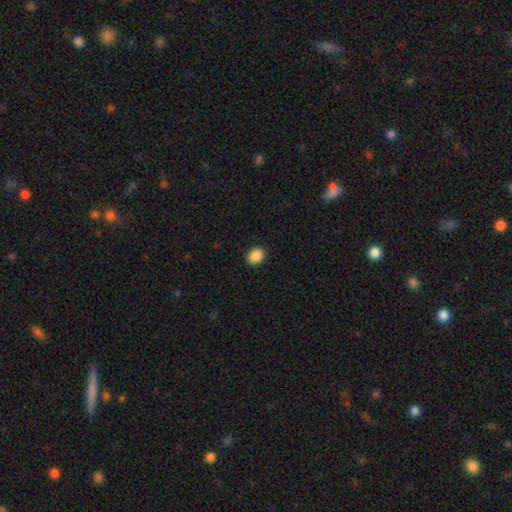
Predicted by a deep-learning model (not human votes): The model was most divided on "how rounded": in between: 52%, round: 47%, cigar-shaped: 1%. More confident: merging — none (91%); smooth or featured — smooth (89%).